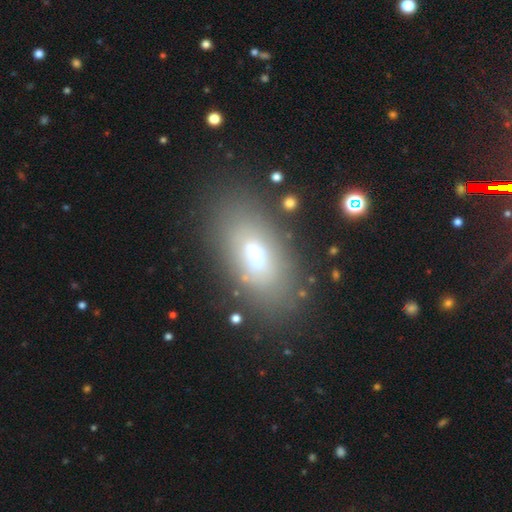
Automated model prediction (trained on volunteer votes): Q: Smooth or featured?
A: smooth (58%); runner-up: featured or disk (28%)
Q: How rounded?
A: in between (86%); runner-up: cigar-shaped (8%)
Q: Merging?
A: none (73%); runner-up: minor disturbance (14%)